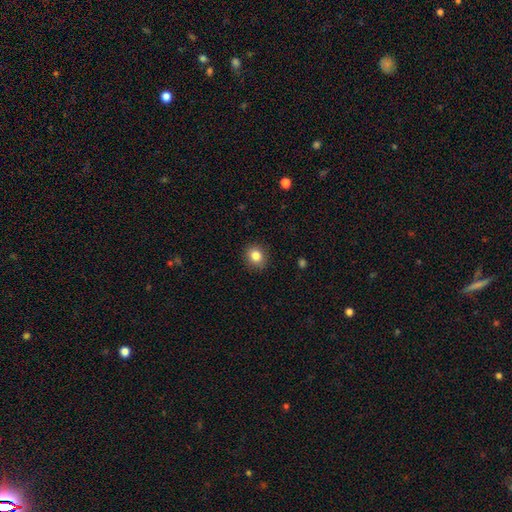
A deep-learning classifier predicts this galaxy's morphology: Smooth or featured? Predicted: smooth (p=0.84). How rounded? Predicted: round (p=0.77). Merging? Predicted: none (p=0.88).